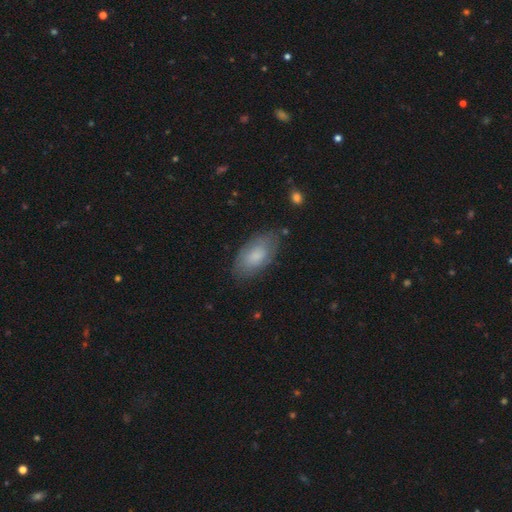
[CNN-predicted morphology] Smooth or featured? Predicted: smooth (p=0.75). How rounded? Predicted: in between (p=0.94). Merging? Predicted: none (p=0.74).